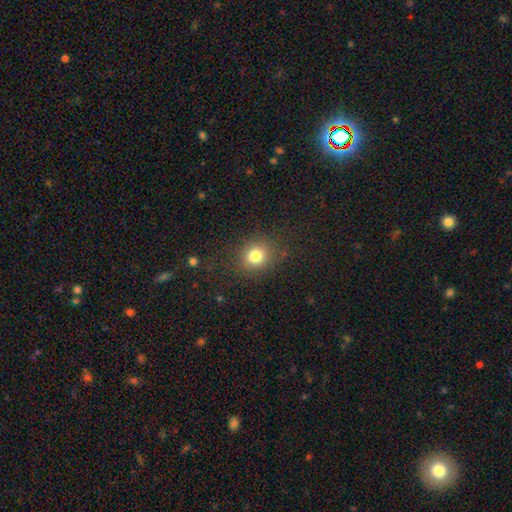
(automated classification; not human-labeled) A smooth galaxy with no disk features (80%) that is round (74%). Merging: none (84%).